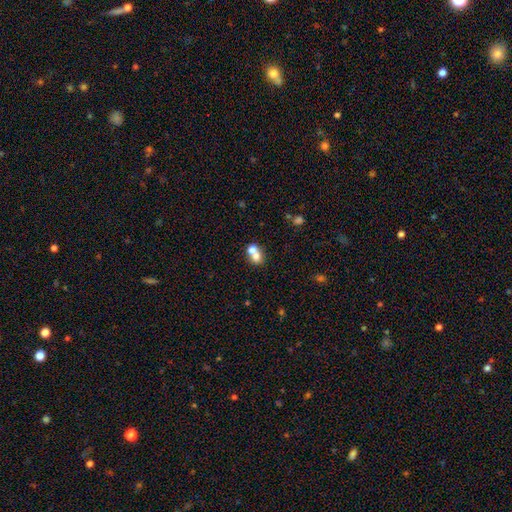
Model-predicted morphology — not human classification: The model was most divided on "how rounded": round: 62%, in between: 37%, cigar-shaped: 1%. More confident: smooth or featured — smooth (69%); merging — merger (63%).